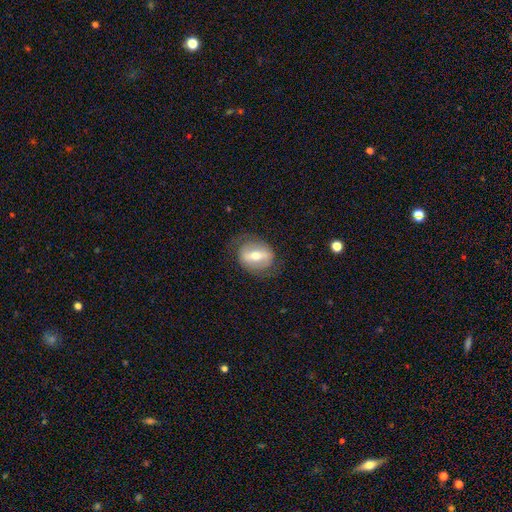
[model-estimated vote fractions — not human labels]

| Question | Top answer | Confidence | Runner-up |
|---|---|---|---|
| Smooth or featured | featured or disk | 61% | smooth (33%) |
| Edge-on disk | no | 89% | yes (11%) |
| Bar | strong | 61% | weak (27%) |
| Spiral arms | no | 56% | yes (44%) |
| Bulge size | moderate | 67% | small (23%) |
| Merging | none | 72% | minor disturbance (17%) |